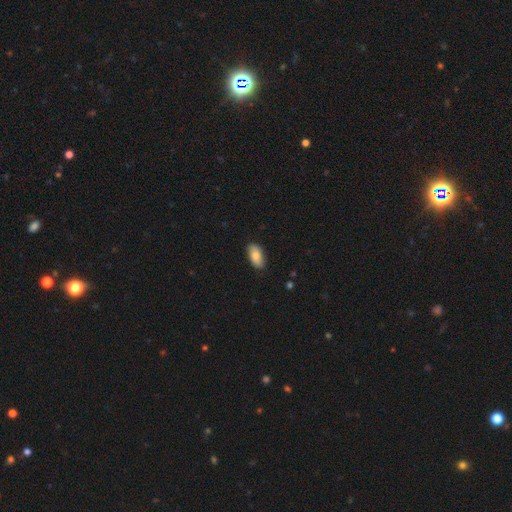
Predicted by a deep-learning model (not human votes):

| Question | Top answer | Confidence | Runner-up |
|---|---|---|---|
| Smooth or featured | smooth | 81% | featured or disk (12%) |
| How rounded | in between | 92% | cigar-shaped (5%) |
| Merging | none | 86% | minor disturbance (11%) |